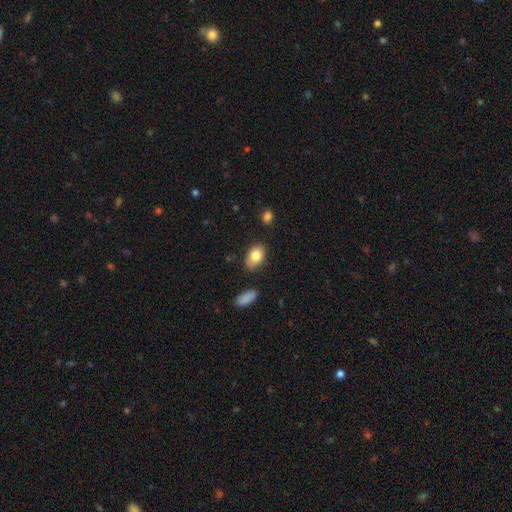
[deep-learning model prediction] A smooth galaxy with no disk features (82%) that is in between round and cigar-shaped (86%).

Vote fractions:
- Smooth or featured? smooth: 82% / featured or disk: 10% / star or artifact: 8%
- How rounded? in between: 86% / round: 13% / cigar-shaped: 1%
- Merging? none: 75% / minor disturbance: 19% / major disturbance: 4% / merger: 3%